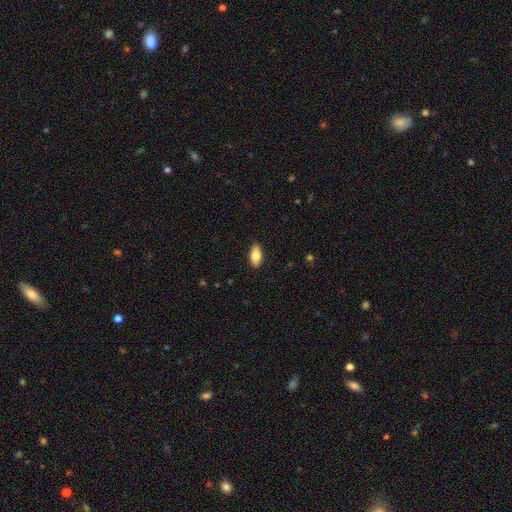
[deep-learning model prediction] smooth-or-featured: smooth: 80% | featured or disk: 13% | star or artifact: 6%
  how-rounded: in between: 88% | cigar-shaped: 10% | round: 3%
  merging: none: 89% | minor disturbance: 9% | major disturbance: 2% | merger: 1%